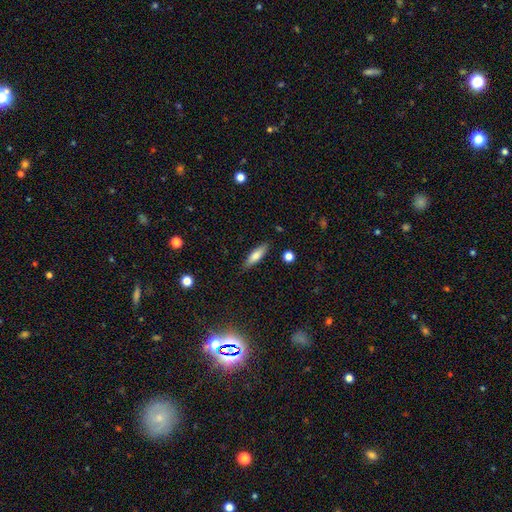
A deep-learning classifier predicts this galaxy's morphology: Smooth or featured? smooth (71%)
How rounded? cigar-shaped (63%)
Merging? none (85%)